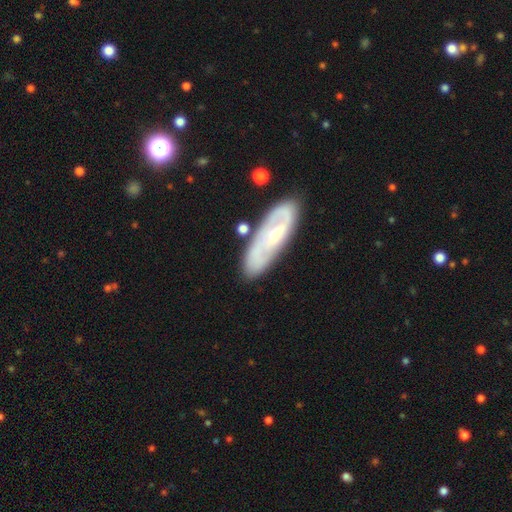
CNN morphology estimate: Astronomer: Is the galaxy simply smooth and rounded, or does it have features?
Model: featured or disk — 54% (runner-up: smooth, 40%).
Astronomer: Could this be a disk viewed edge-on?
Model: no — 80%.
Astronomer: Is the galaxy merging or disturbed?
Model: none — 67%.